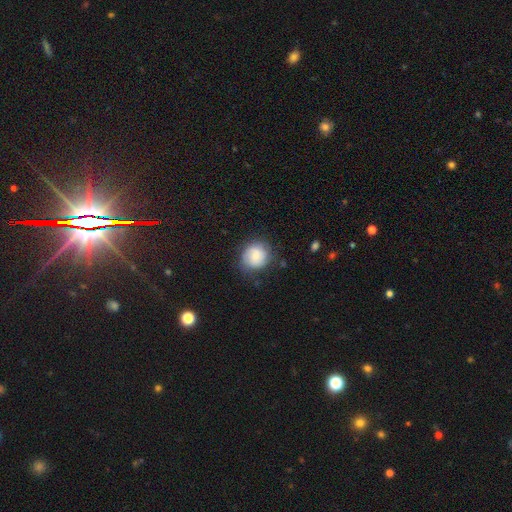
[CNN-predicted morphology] smooth-or-featured: smooth: 68% | featured or disk: 24% | star or artifact: 8%
  how-rounded: round: 83% | in between: 16% | cigar-shaped: 1%
  merging: none: 70% | minor disturbance: 21% | major disturbance: 7% | merger: 2%